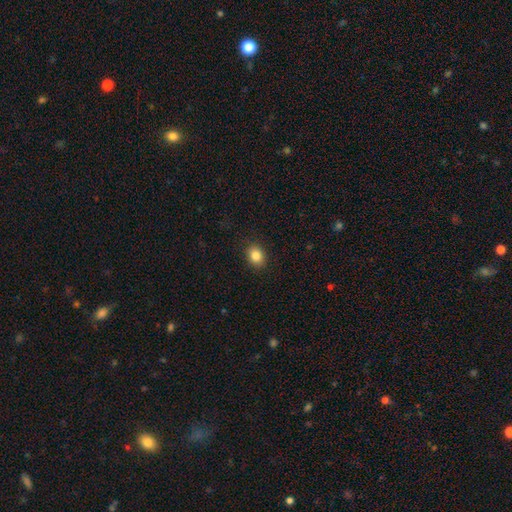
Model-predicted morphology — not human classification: Smooth or featured? smooth (85%)
How rounded? in between (51%)
Merging? none (90%)